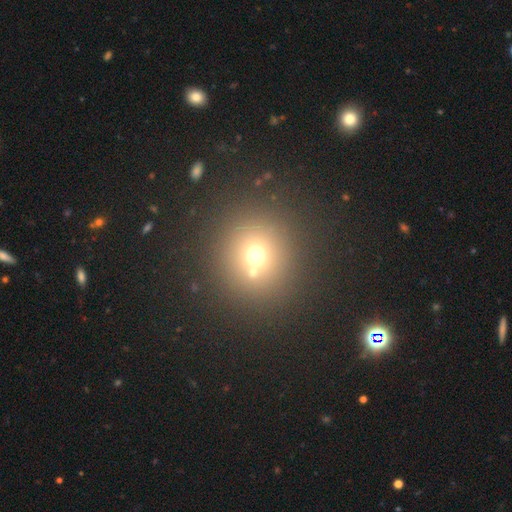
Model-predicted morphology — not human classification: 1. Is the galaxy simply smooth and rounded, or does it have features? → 66% smooth, 22% star or artifact, 12% featured or disk.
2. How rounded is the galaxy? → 91% round, 8% in between, 1% cigar-shaped.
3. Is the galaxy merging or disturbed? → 74% none, 15% merger, 7% minor disturbance, 4% major disturbance.